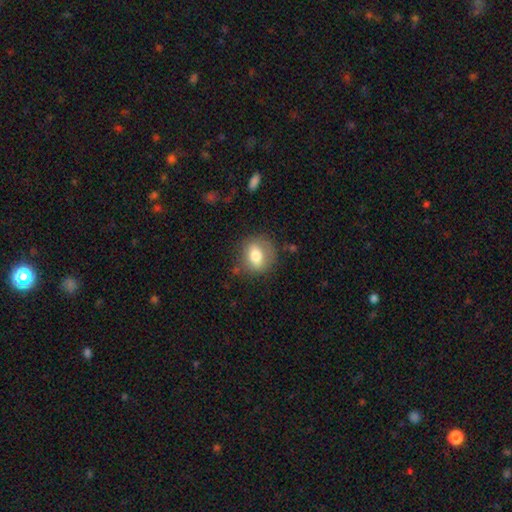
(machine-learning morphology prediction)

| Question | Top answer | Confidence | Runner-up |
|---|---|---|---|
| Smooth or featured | smooth | 69% | featured or disk (22%) |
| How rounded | round | 55% | in between (43%) |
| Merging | none | 73% | minor disturbance (18%) |